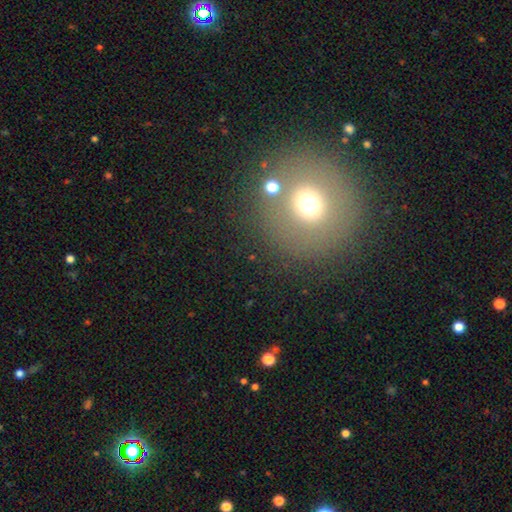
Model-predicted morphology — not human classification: smooth 59%, star or artifact 27%, featured or disk 15%. Down the decision tree: how rounded — round (92%); merging — none (83%).